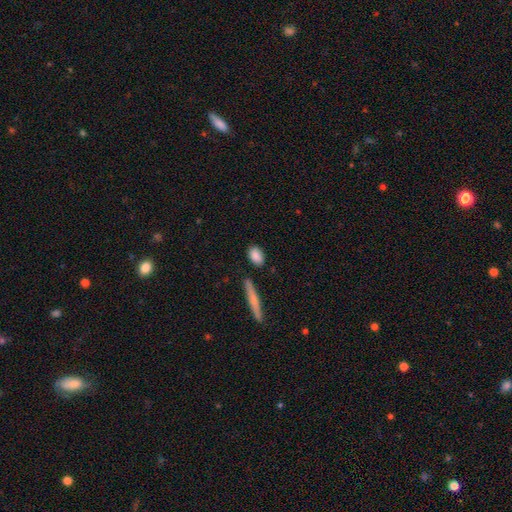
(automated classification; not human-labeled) A smooth galaxy with no disk features (87%) that is in between round and cigar-shaped (82%).

Vote fractions:
- Smooth or featured? smooth: 87% / featured or disk: 7% / star or artifact: 7%
- How rounded? in between: 82% / round: 12% / cigar-shaped: 5%
- Merging? none: 83% / minor disturbance: 10% / merger: 4% / major disturbance: 3%